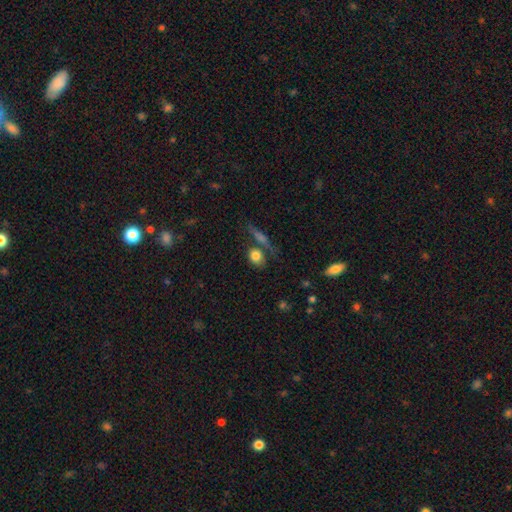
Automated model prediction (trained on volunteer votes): Morphology: type=smooth (80%); roundness=round (48%); merging=none (60%).